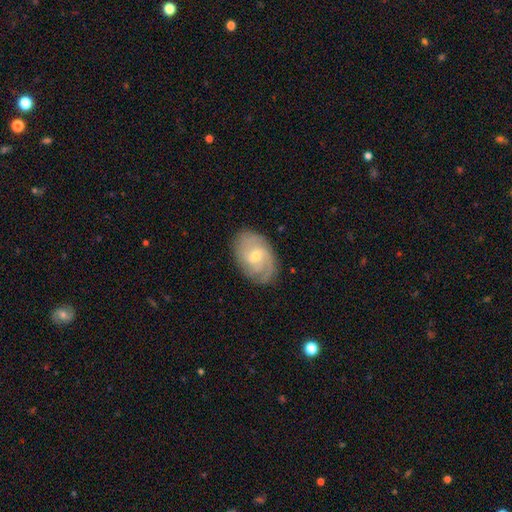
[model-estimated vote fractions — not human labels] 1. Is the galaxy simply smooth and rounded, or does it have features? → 76% featured or disk, 18% smooth, 6% star or artifact.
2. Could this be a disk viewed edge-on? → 96% no, 4% yes.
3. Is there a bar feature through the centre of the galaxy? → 48% no, 45% weak, 7% strong.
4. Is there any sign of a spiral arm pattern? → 92% yes, 8% no.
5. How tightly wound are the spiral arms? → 51% tight, 37% medium, 12% loose.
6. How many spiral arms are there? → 36% 2, 29% can't tell, 20% 3, 6% 4, 6% 1, 4% more than 4.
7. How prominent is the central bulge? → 50% small, 47% moderate, 2% large, 1% none, 1% dominant.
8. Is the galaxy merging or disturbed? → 80% none, 15% minor disturbance, 4% major disturbance, 1% merger.